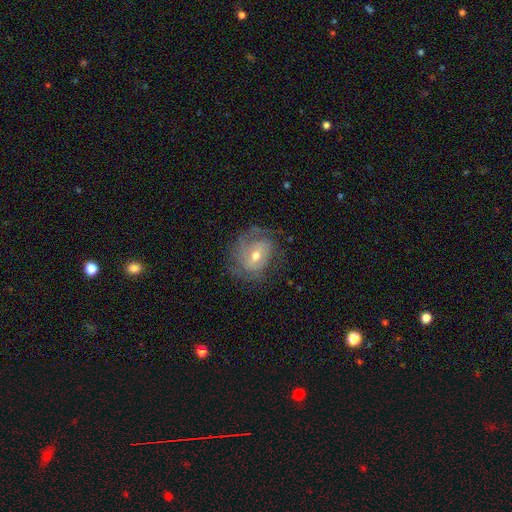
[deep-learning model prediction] smooth-or-featured: featured or disk: 74% | smooth: 18% | star or artifact: 8%
  disk-edge-on: no: 96% | yes: 4%
    bar: weak: 44% | no: 42% | strong: 14%
    has-spiral-arms: yes: 85% | no: 15%
      spiral-winding: tight: 50% | medium: 35% | loose: 15%
      spiral-arm-count: can't tell: 35% | 2: 33% | 3: 13% | 1: 12% | 4: 4% | more than 4: 3%
    bulge-size: moderate: 59% | small: 36% | large: 3% | none: 1% | dominant: 1%
  merging: none: 62% | minor disturbance: 22% | major disturbance: 15% | merger: 1%